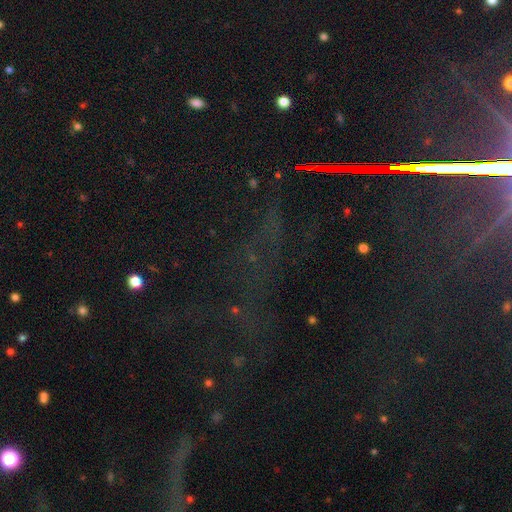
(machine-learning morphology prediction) Smooth or featured?
  - star or artifact: 76% *
  - featured or disk: 13%
  - smooth: 10%